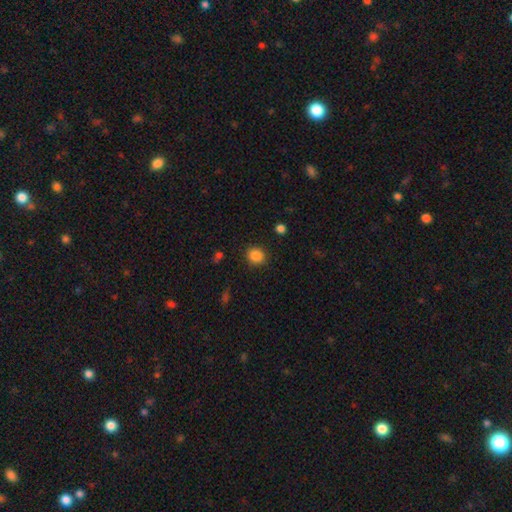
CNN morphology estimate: A smooth galaxy with no disk features (86%) that is round (79%).

Vote fractions:
- Smooth or featured? smooth: 86% / star or artifact: 10% / featured or disk: 4%
- How rounded? round: 79% / in between: 20% / cigar-shaped: 1%
- Merging? none: 89% / minor disturbance: 7% / major disturbance: 2% / merger: 1%